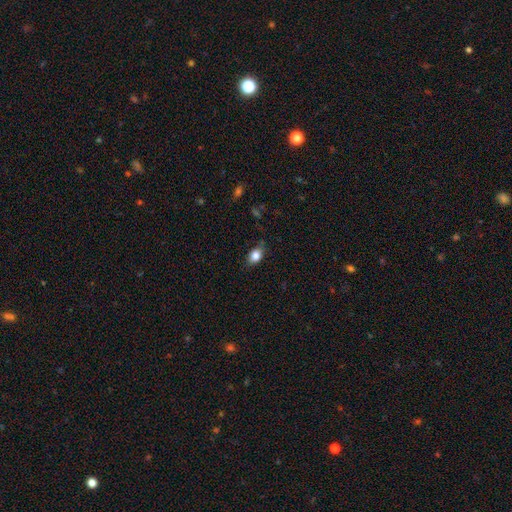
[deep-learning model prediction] Smooth or featured? Predicted: smooth (p=0.82). How rounded? Predicted: in between (p=0.74). Merging? Predicted: none (p=0.76).